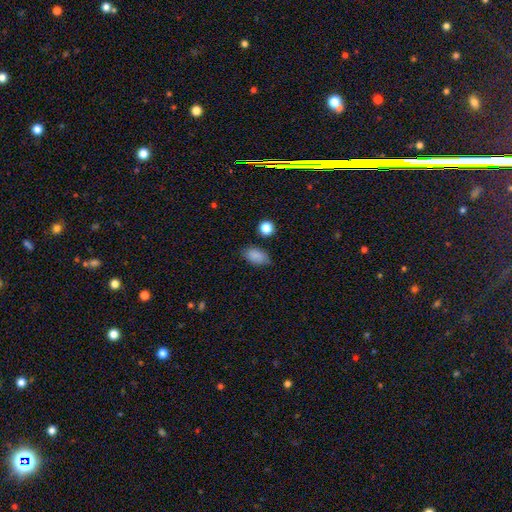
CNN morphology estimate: smooth_or_featured: smooth (p=0.85) [alt: star or artifact p=0.10]
how_rounded: in between (p=0.89) [alt: round p=0.09]
merging: none (p=0.76) [alt: minor disturbance p=0.18]